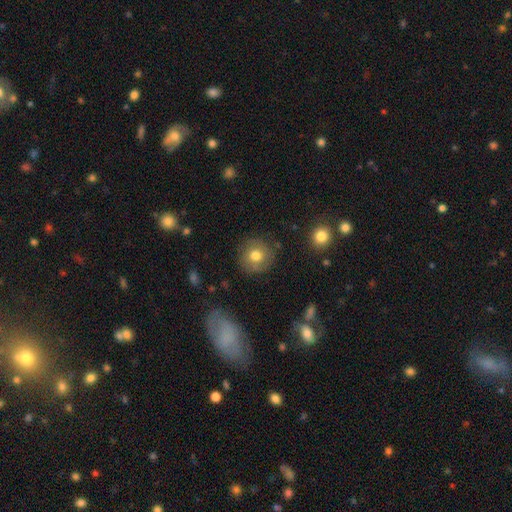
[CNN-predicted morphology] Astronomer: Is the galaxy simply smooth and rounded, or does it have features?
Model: smooth — 74%.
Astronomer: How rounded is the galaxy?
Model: round — 90%.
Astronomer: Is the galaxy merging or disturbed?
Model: none — 84%.